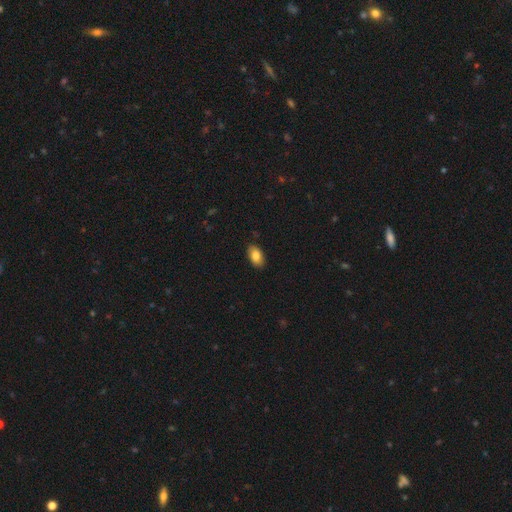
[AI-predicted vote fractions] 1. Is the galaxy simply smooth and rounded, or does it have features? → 84% smooth, 9% featured or disk, 7% star or artifact.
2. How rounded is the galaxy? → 92% in between, 6% round, 2% cigar-shaped.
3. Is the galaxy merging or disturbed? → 87% none, 10% minor disturbance, 2% major disturbance, 1% merger.